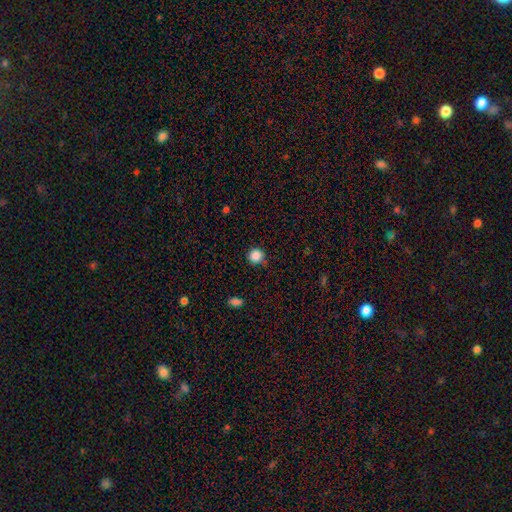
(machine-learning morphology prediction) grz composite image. It shows a smooth galaxy with no disk features (86%) that is round (93%). Merging: none (84%).